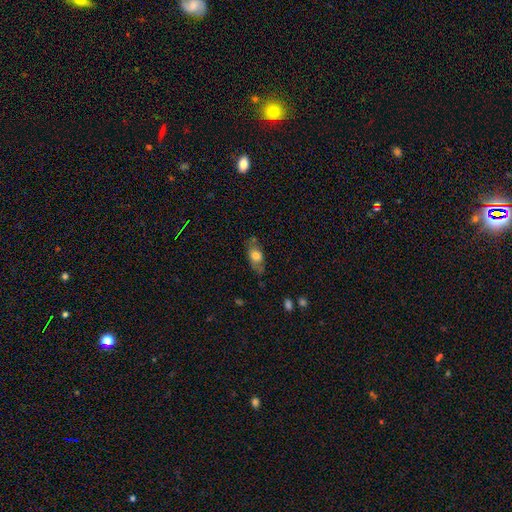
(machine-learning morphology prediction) smooth-or-featured: smooth: 66% | featured or disk: 26% | star or artifact: 7%
  how-rounded: in between: 82% | cigar-shaped: 10% | round: 9%
  merging: none: 65% | minor disturbance: 23% | major disturbance: 7% | merger: 4%